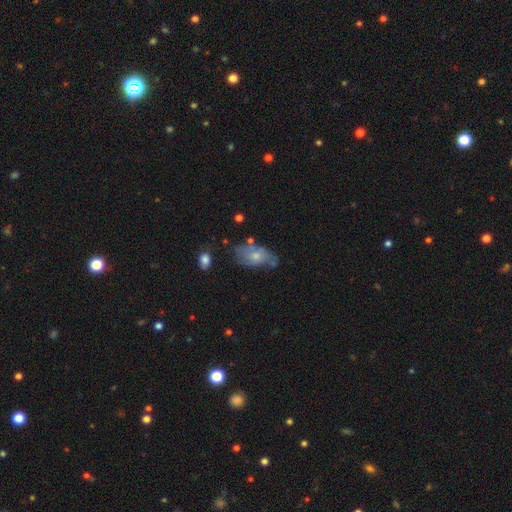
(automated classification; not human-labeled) Smooth or featured: smooth — 54% (featured or disk — 38%)
How rounded: in between — 90% (round — 7%)
Merging: none — 42% (minor disturbance — 34%)